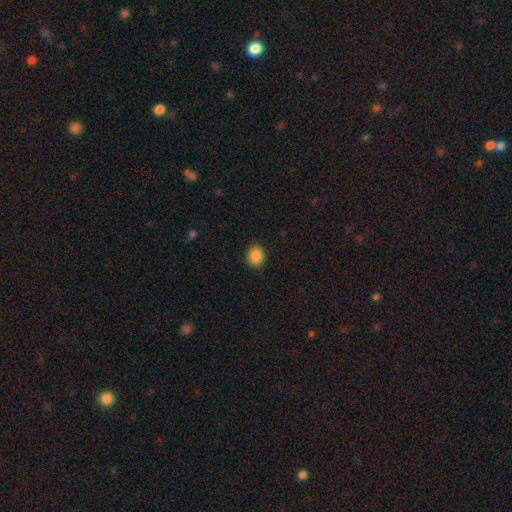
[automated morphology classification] This appears to be a smooth galaxy with no disk features (88%) that is round (53%). Merging: none (89%).